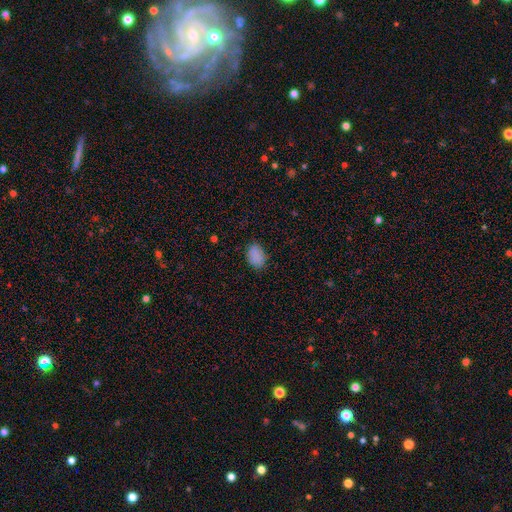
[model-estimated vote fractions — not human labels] Smooth or featured? smooth (87%)
How rounded? in between (82%)
Merging? none (80%)